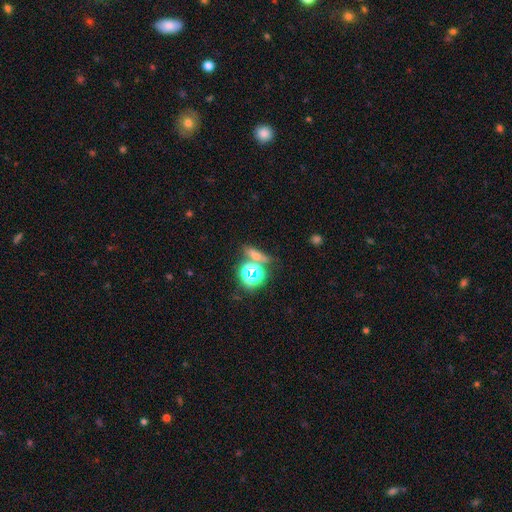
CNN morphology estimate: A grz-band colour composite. It shows a star or artifact, not a galaxy (41%).